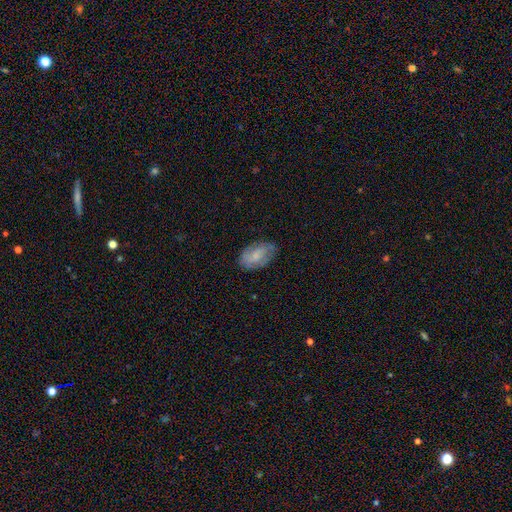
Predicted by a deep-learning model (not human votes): A smooth galaxy with no disk features (56%) that is in between round and cigar-shaped (91%).

Vote fractions:
- Smooth or featured? smooth: 56% / featured or disk: 37% / star or artifact: 7%
- How rounded? in between: 91% / round: 7% / cigar-shaped: 2%
- Merging? none: 71% / minor disturbance: 22% / major disturbance: 6% / merger: 1%